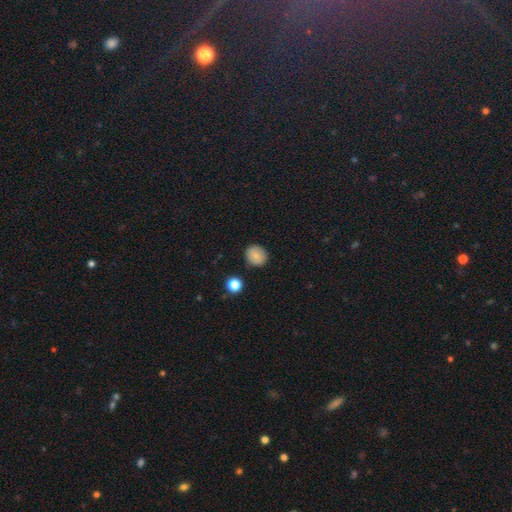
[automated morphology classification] smooth-or-featured: smooth: 82% | star or artifact: 9% | featured or disk: 9%
  how-rounded: round: 79% | in between: 21% | cigar-shaped: 1%
  merging: none: 87% | minor disturbance: 9% | major disturbance: 2% | merger: 2%